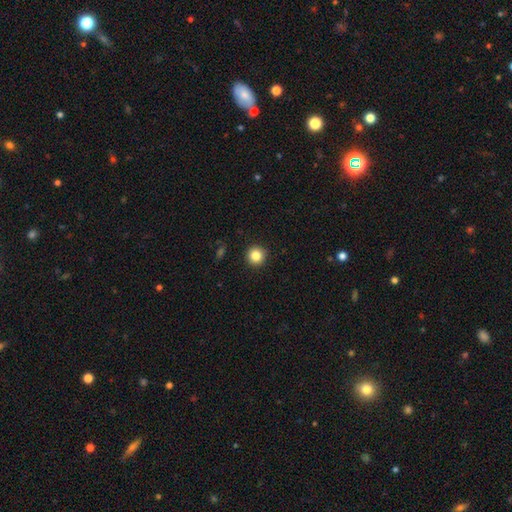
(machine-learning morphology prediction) This is clearly a smooth galaxy (84%). How rounded: clearly round (95%). Merging: clearly none (93%).